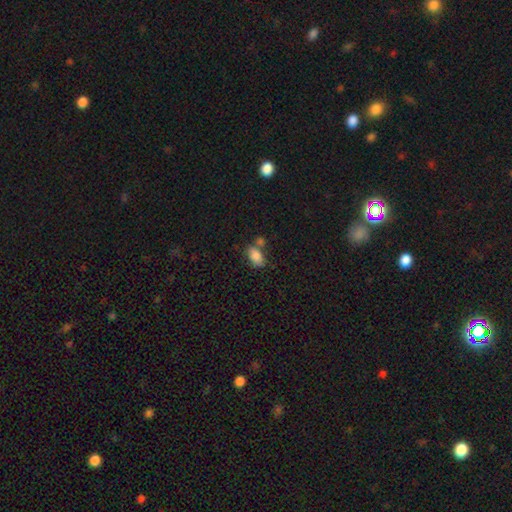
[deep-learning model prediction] Q: Smooth or featured?
A: smooth (84%); runner-up: star or artifact (9%)
Q: How rounded?
A: in between (89%); runner-up: round (9%)
Q: Merging?
A: none (52%); runner-up: merger (27%)